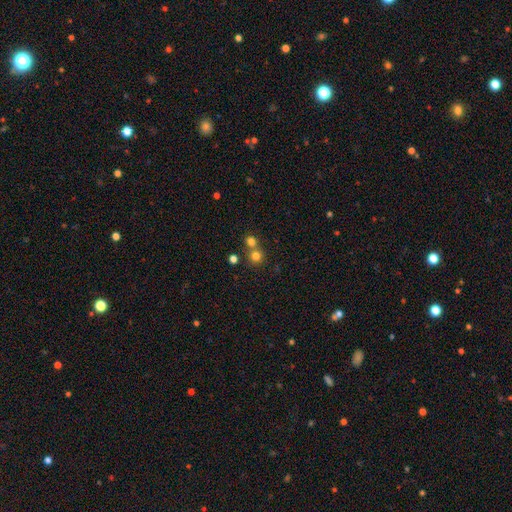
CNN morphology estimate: Smooth or featured? Predicted: smooth (p=0.75). How rounded? Predicted: round (p=0.91). Merging? Predicted: none (p=0.55).